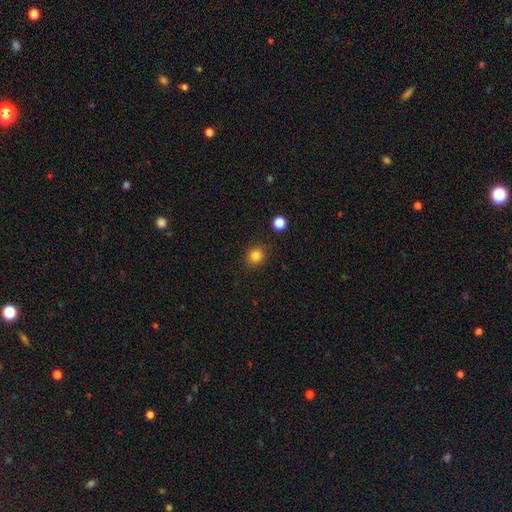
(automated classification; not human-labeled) A smooth galaxy with no disk features (83%) that is round (85%).

Vote fractions:
- Smooth or featured? smooth: 83% / star or artifact: 12% / featured or disk: 5%
- How rounded? round: 85% / in between: 14% / cigar-shaped: 1%
- Merging? none: 89% / minor disturbance: 7% / major disturbance: 2% / merger: 2%